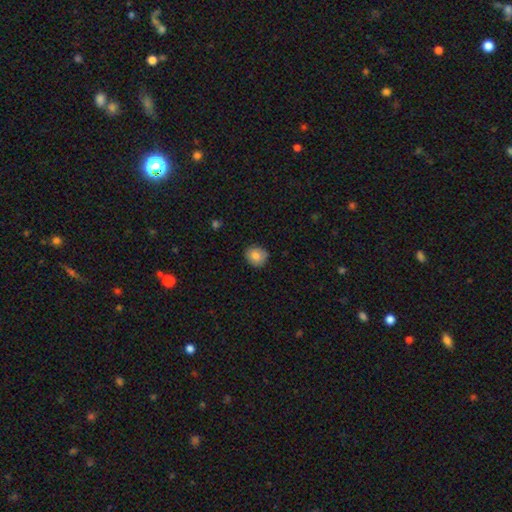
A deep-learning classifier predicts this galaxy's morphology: Smooth or featured? smooth (80%)
How rounded? round (81%)
Merging? none (83%)